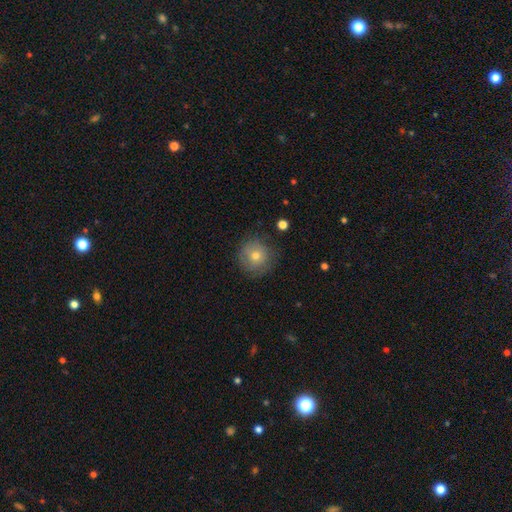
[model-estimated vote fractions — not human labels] smooth-or-featured: smooth: 68% | featured or disk: 19% | star or artifact: 12%
  how-rounded: round: 94% | in between: 5% | cigar-shaped: 1%
  merging: none: 83% | minor disturbance: 12% | major disturbance: 4% | merger: 1%